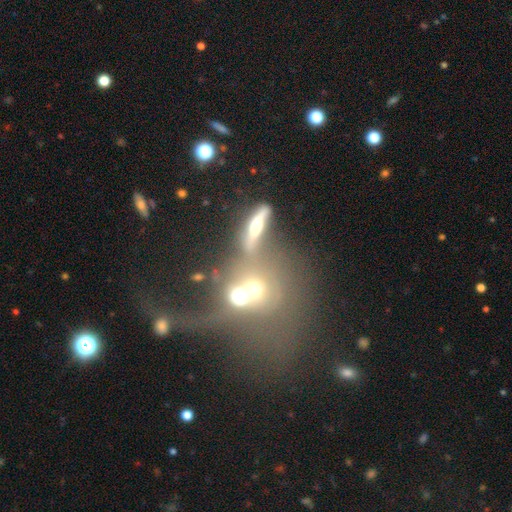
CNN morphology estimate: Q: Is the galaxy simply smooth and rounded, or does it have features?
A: smooth — 37%.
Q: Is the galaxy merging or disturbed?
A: merger — 49%.